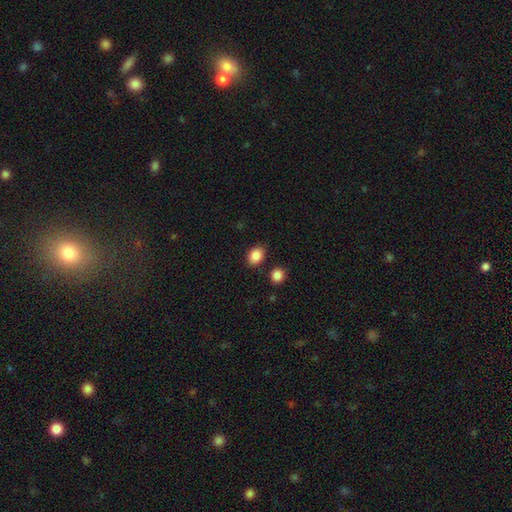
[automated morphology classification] This appears to be a smooth galaxy with no disk features (87%) that is in between round and cigar-shaped (62%). Merging: none (83%).